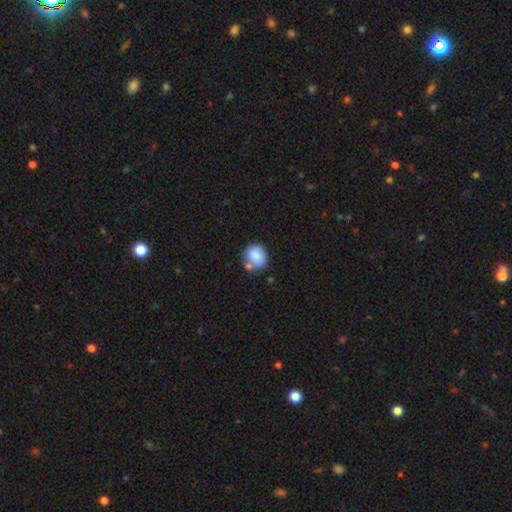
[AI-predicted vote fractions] Smooth or featured? Predicted: smooth (p=0.83). How rounded? Predicted: round (p=0.77). Merging? Predicted: none (p=0.56).